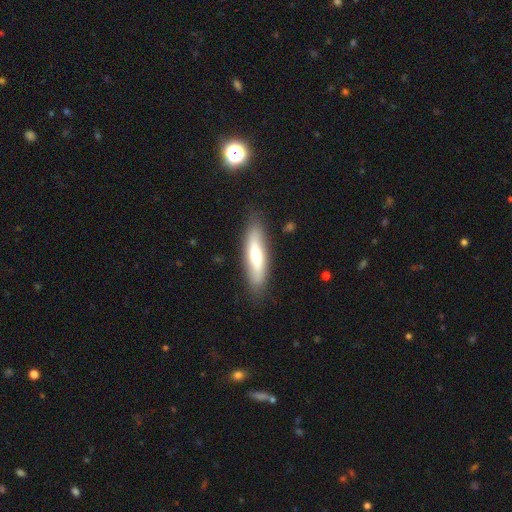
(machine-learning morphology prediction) Smooth or featured: smooth — 55% (featured or disk — 39%)
How rounded: cigar-shaped — 66% (in between — 32%)
Merging: none — 83% (minor disturbance — 12%)